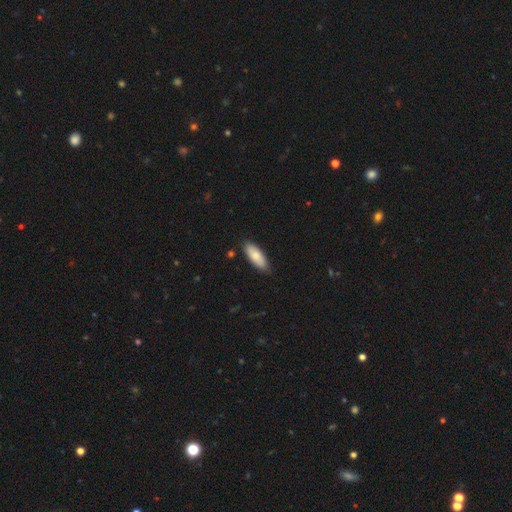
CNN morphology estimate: Smooth or featured? Predicted: smooth (p=0.81). How rounded? Predicted: in between (p=0.76). Merging? Predicted: none (p=0.83).